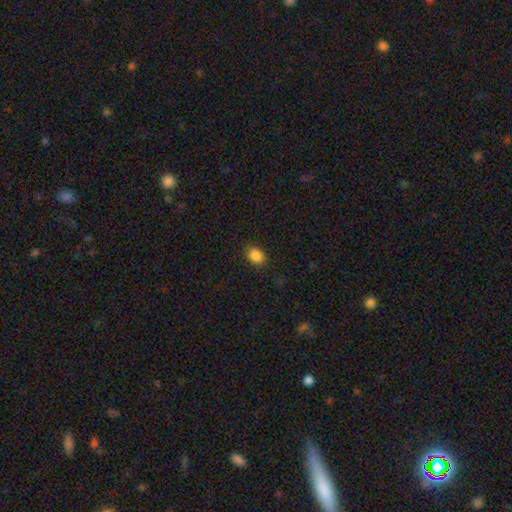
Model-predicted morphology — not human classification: Smooth or featured? smooth (86%)
How rounded? in between (58%)
Merging? none (87%)